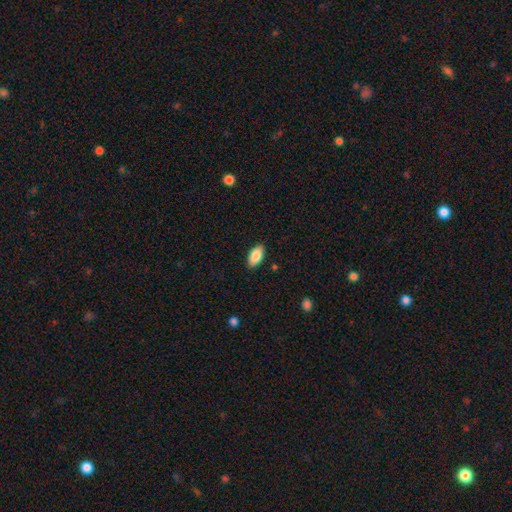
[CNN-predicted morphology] The model was most divided on "merging": none: 88%, minor disturbance: 9%, major disturbance: 2%, merger: 1%. More confident: how rounded — in between (94%); smooth or featured — smooth (87%).